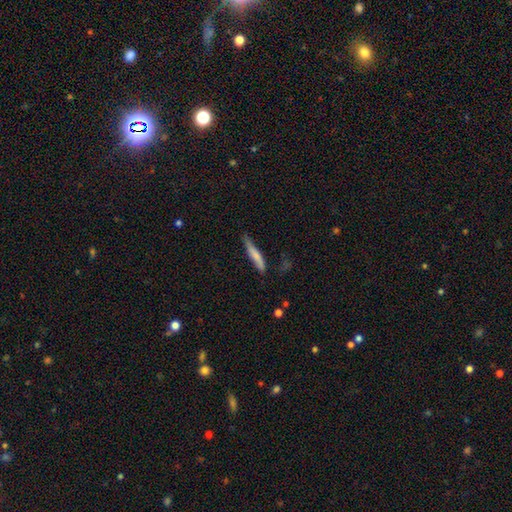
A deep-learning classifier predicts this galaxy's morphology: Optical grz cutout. It shows a smooth galaxy with no disk features (73%) that is cigar-shaped (90%). Merging: none (63%).